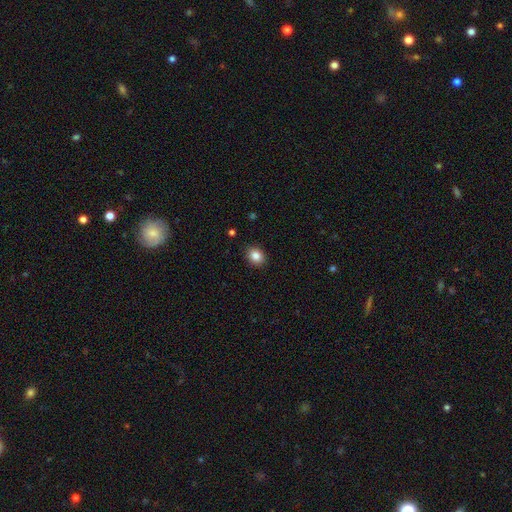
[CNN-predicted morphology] Overall: smooth (85%). How rounded: round (51%; in between 48%). Merging: none (90%).